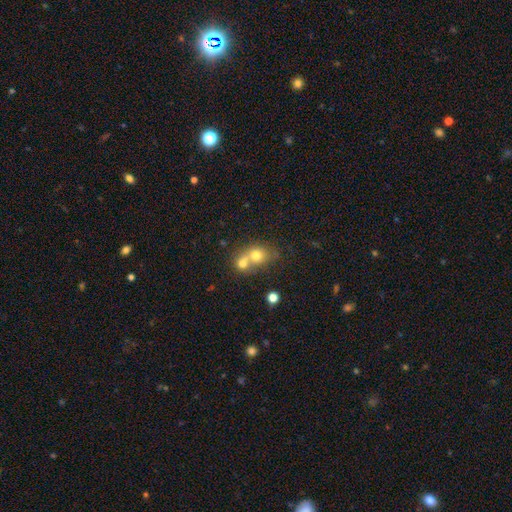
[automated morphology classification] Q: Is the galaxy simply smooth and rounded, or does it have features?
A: smooth — 69%.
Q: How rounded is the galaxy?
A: round — 70%.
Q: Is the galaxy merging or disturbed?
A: merger — 63%.